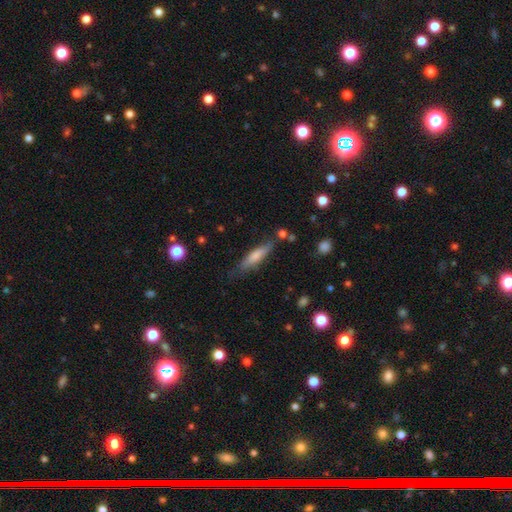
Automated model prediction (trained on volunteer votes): Smooth or featured?
  - smooth: 70% *
  - featured or disk: 24%
  - star or artifact: 6%
How rounded?
  - cigar-shaped: 74% *
  - in between: 24%
  - round: 2%
Merging?
  - none: 68% *
  - minor disturbance: 21%
  - major disturbance: 6%
  - merger: 5%